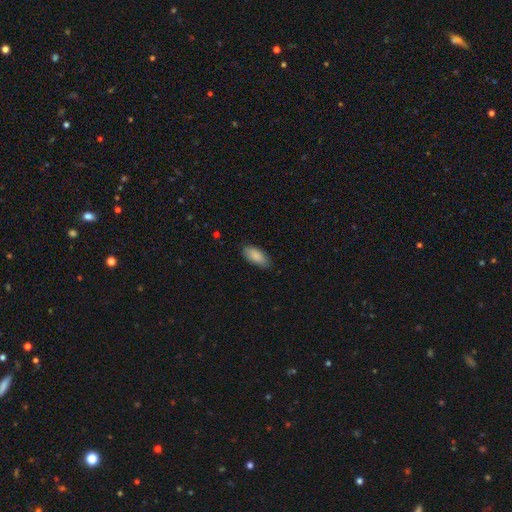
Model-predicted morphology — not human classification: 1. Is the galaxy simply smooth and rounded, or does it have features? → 86% smooth, 7% featured or disk, 6% star or artifact.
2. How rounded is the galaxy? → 89% in between, 9% cigar-shaped, 2% round.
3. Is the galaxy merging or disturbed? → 83% none, 14% minor disturbance, 3% major disturbance, 1% merger.